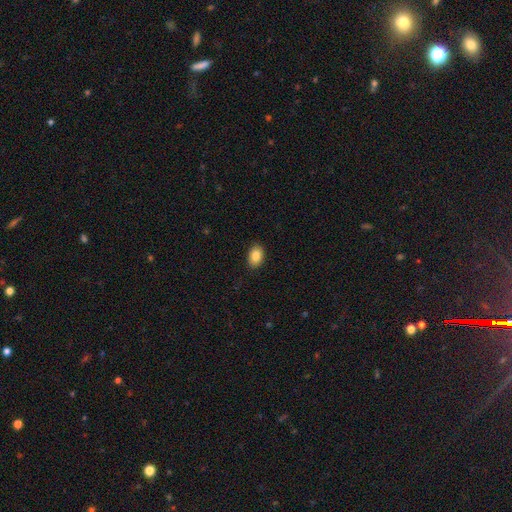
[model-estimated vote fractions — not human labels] smooth-or-featured: smooth: 86% | star or artifact: 8% | featured or disk: 6%
  how-rounded: in between: 84% | round: 15% | cigar-shaped: 1%
  merging: none: 88% | minor disturbance: 9% | major disturbance: 2% | merger: 1%